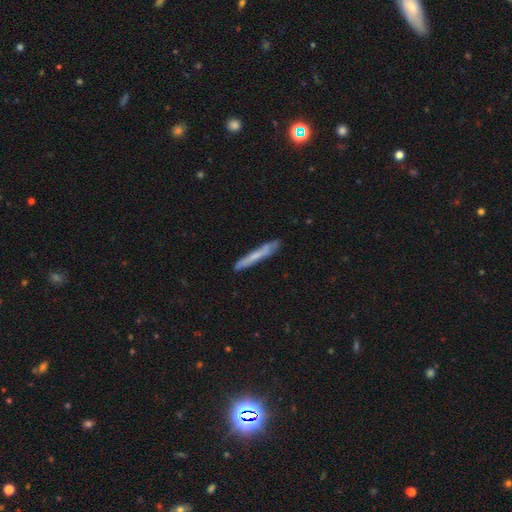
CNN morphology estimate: Q: Smooth or featured?
A: smooth (53%); runner-up: featured or disk (41%)
Q: How rounded?
A: cigar-shaped (95%); runner-up: in between (3%)
Q: Merging?
A: none (83%); runner-up: minor disturbance (13%)